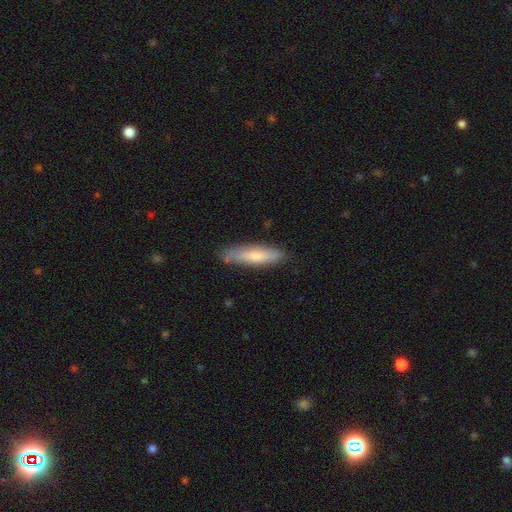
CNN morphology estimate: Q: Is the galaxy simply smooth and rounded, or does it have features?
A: smooth — 71%.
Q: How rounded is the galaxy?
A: cigar-shaped — 71%.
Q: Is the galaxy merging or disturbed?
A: none — 78%.